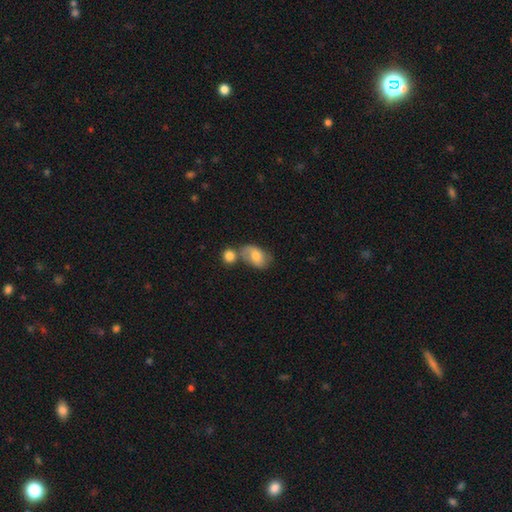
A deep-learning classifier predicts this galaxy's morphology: Smooth or featured?
  - smooth: 61% *
  - featured or disk: 31%
  - star or artifact: 8%
How rounded?
  - in between: 82% *
  - round: 16%
  - cigar-shaped: 2%
Merging?
  - none: 38% *
  - merger: 37%
  - minor disturbance: 17%
  - major disturbance: 8%